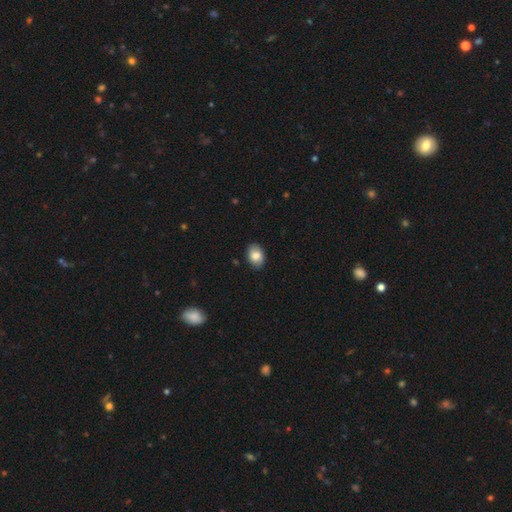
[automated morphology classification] Smooth or featured? smooth (83%)
How rounded? in between (80%)
Merging? none (86%)